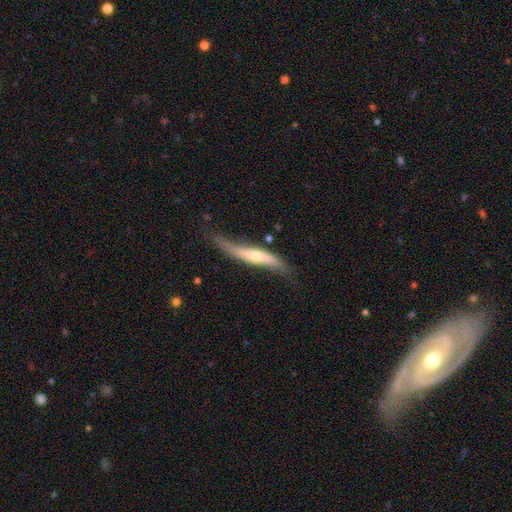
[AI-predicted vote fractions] The model was most divided on "edge-on disk": yes: 57%, no: 43%. More confident: smooth or featured — featured or disk (74%); merging — none (54%).